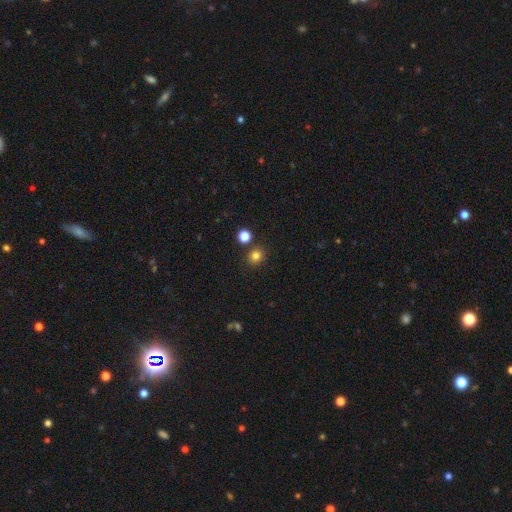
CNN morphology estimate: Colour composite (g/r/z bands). It shows a smooth galaxy with no disk features (80%) that is round (83%). Merging: none (82%).